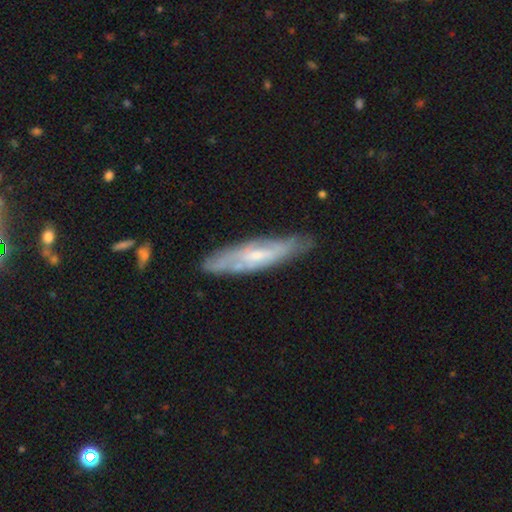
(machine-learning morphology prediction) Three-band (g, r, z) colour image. It shows a featured or disk galaxy (59%). Merging: none (72%).